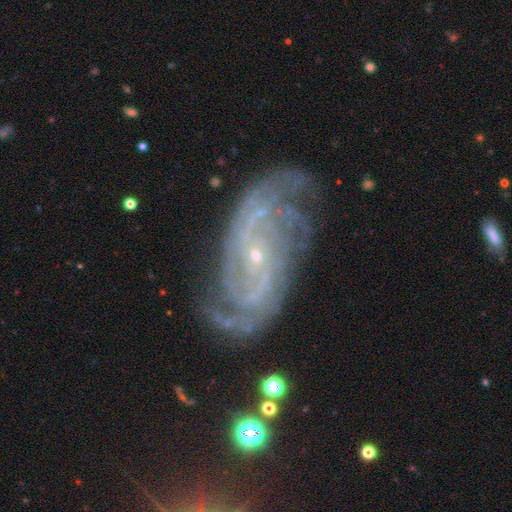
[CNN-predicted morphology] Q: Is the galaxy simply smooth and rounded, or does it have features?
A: featured or disk — 90%.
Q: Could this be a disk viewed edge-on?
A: no — 96%.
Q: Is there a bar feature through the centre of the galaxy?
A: no — 59%.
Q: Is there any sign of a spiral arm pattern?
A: yes — 98%.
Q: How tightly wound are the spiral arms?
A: tight — 49%.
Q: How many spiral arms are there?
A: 2 — 29%.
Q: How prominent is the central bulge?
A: small — 87%.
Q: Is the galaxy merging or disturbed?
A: none — 69%.